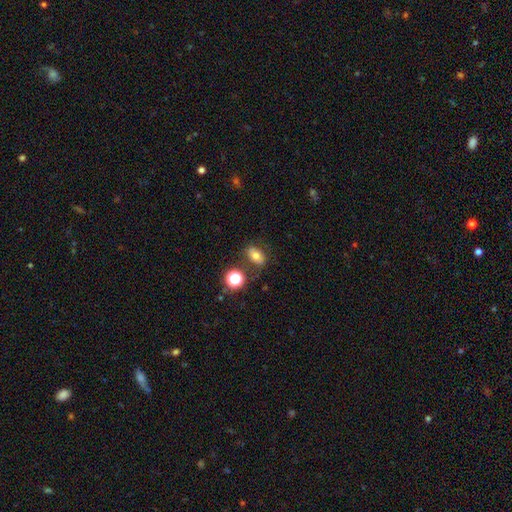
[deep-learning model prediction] smooth 69%, featured or disk 17%, star or artifact 14%. Down the decision tree: how rounded — in between (79%); merging — none (75%).